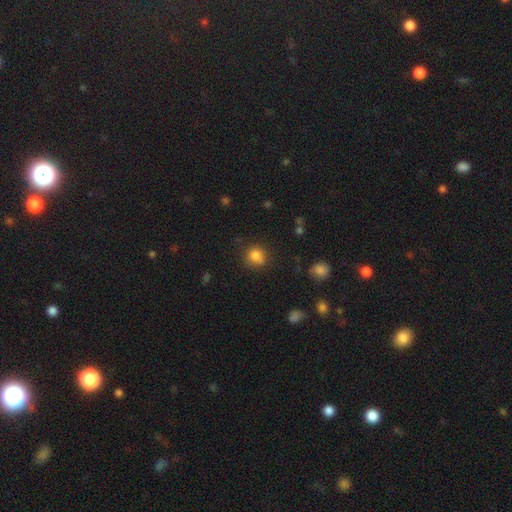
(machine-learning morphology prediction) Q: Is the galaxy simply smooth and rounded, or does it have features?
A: smooth — 82%.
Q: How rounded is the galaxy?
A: round — 83%.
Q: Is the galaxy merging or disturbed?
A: none — 73%.